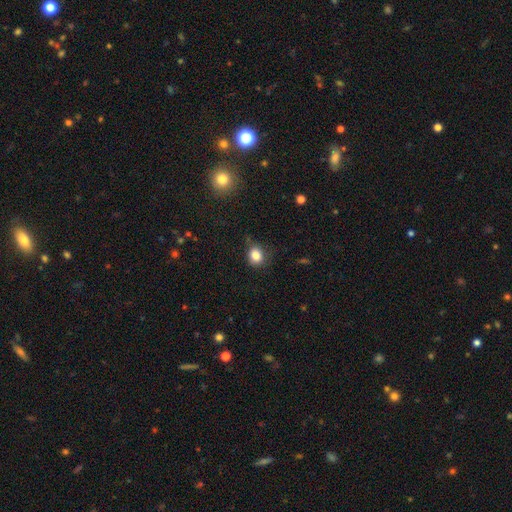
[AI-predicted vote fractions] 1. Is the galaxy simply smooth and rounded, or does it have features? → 82% smooth, 11% star or artifact, 6% featured or disk.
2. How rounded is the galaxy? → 67% round, 32% in between, 1% cigar-shaped.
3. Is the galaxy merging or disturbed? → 70% none, 22% minor disturbance, 6% major disturbance, 2% merger.